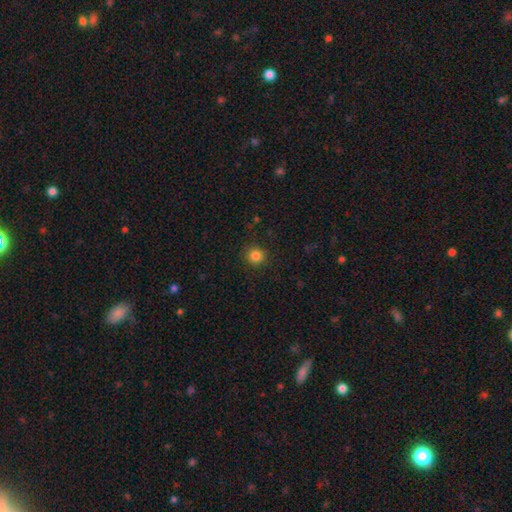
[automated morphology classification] smooth_or_featured: smooth (p=0.84) [alt: star or artifact p=0.12]
how_rounded: round (p=0.92) [alt: in between p=0.07]
merging: none (p=0.90) [alt: minor disturbance p=0.07]